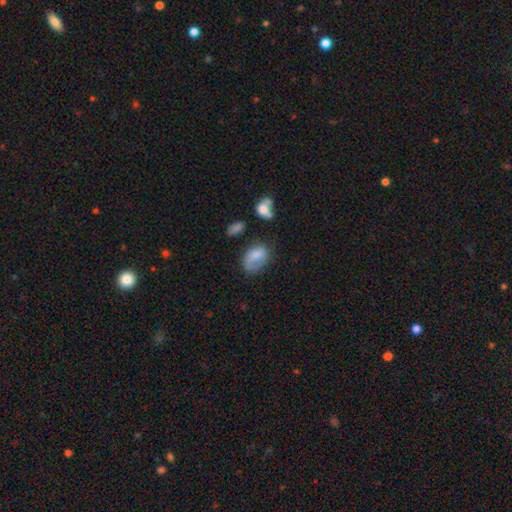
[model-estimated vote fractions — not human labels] Smooth or featured?
  - smooth: 69% *
  - featured or disk: 22%
  - star or artifact: 9%
How rounded?
  - in between: 78% *
  - round: 21%
  - cigar-shaped: 1%
Merging?
  - none: 43% *
  - minor disturbance: 29%
  - major disturbance: 23%
  - merger: 5%